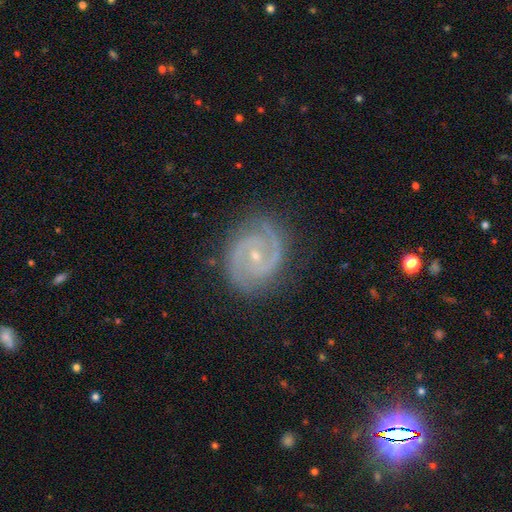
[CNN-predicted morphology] featured or disk 90%, star or artifact 5%, smooth 4%. Down the decision tree: edge-on disk — no (98%); bar — no (55%); spiral arms — yes (98%); spiral arm count — 2 (88%); spiral winding — tight (51%); bulge size — small (74%); merging — none (83%).